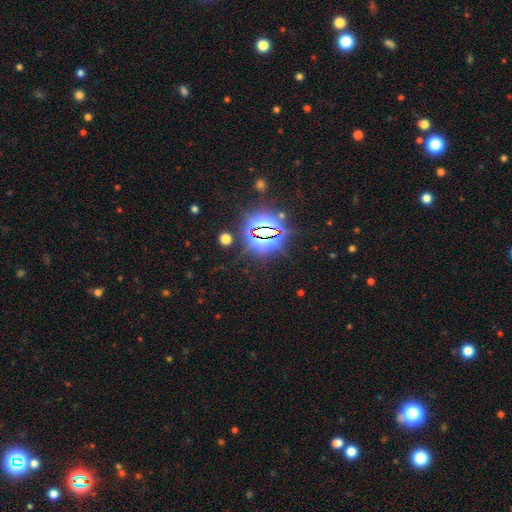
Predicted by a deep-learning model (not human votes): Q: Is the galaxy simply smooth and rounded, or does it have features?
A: star or artifact — 84%.